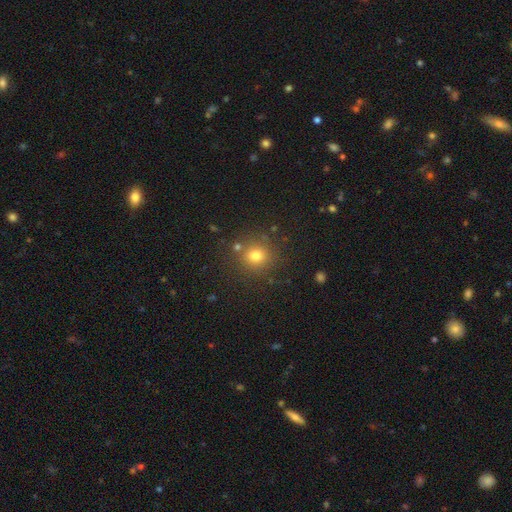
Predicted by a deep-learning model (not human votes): The model was most divided on "smooth or featured": smooth: 75%, star or artifact: 17%, featured or disk: 8%. More confident: how rounded — round (87%); merging — none (81%).